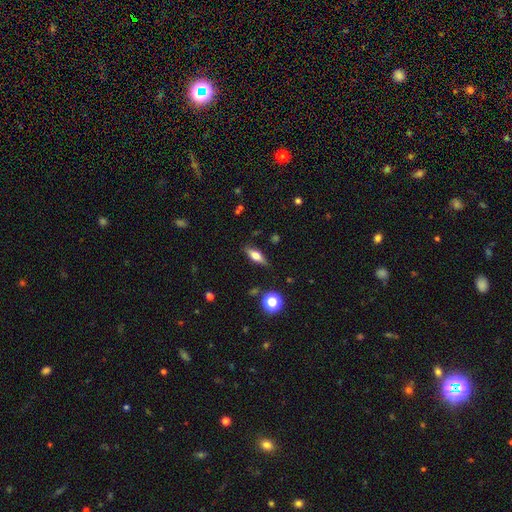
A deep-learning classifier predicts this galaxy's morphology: The model was most divided on "smooth or featured": smooth: 50%, featured or disk: 41%, star or artifact: 9%. More confident: merging — none (84%).